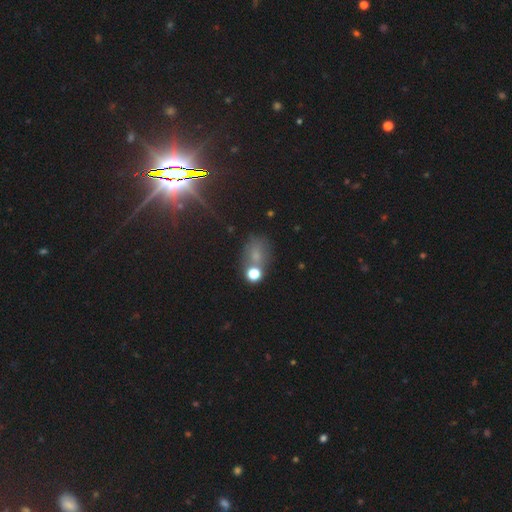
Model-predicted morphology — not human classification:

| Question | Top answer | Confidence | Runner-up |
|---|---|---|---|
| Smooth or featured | smooth | 53% | star or artifact (34%) |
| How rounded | in between | 51% | round (47%) |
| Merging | none | 58% | merger (19%) |